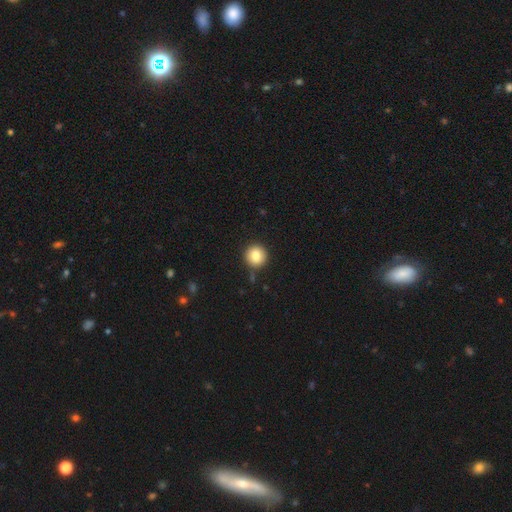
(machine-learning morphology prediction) This is clearly a smooth galaxy (84%). How rounded: clearly round (94%). Merging: clearly none (87%).